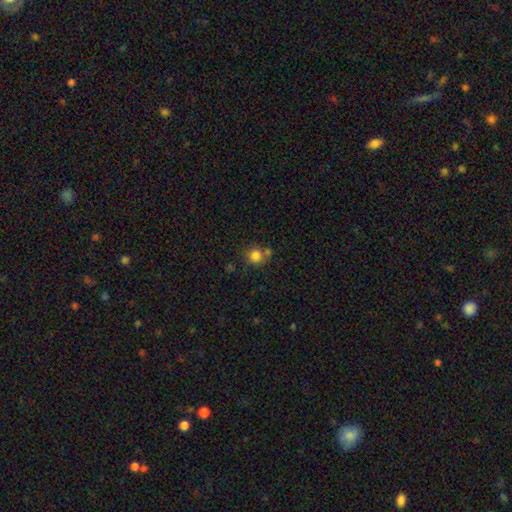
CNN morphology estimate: Smooth or featured?
  - smooth: 82% *
  - star or artifact: 11%
  - featured or disk: 6%
How rounded?
  - round: 90% *
  - in between: 9%
  - cigar-shaped: 1%
Merging?
  - none: 64% *
  - merger: 19%
  - minor disturbance: 12%
  - major disturbance: 4%